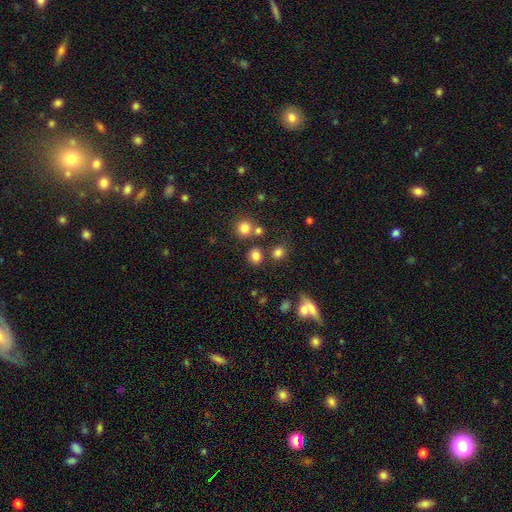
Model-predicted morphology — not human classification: The model was most divided on "how rounded": round: 79%, in between: 19%, cigar-shaped: 1%. More confident: smooth or featured — smooth (80%); merging — none (77%).